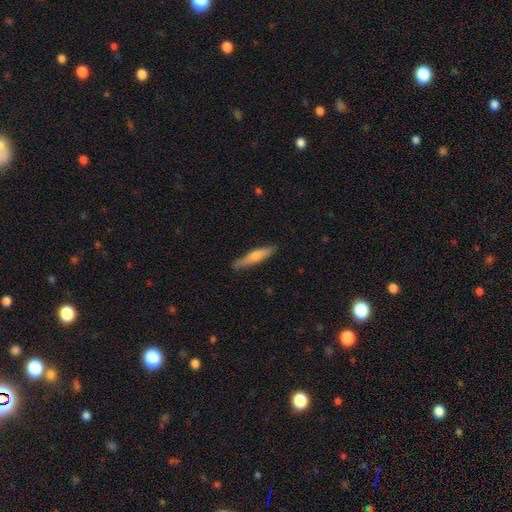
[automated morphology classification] A smooth galaxy with no disk features (66%) that is cigar-shaped (85%).

Vote fractions:
- Smooth or featured? smooth: 66% / featured or disk: 29% / star or artifact: 5%
- How rounded? cigar-shaped: 85% / in between: 13% / round: 2%
- Merging? none: 82% / minor disturbance: 14% / major disturbance: 3% / merger: 1%